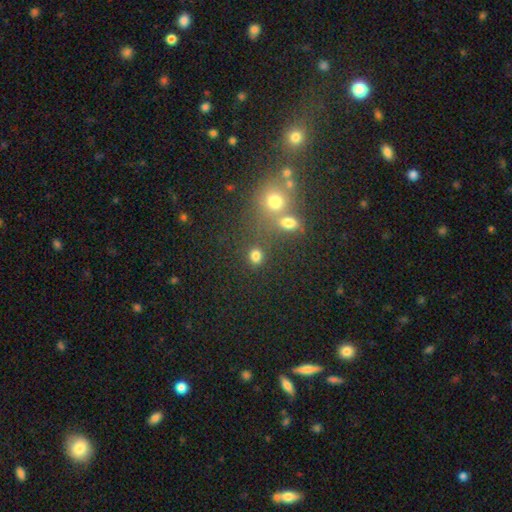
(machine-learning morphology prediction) A smooth galaxy with no disk features (79%) that is round (71%).

Vote fractions:
- Smooth or featured? smooth: 79% / star or artifact: 15% / featured or disk: 6%
- How rounded? round: 71% / in between: 28% / cigar-shaped: 1%
- Merging? none: 70% / merger: 15% / minor disturbance: 9% / major disturbance: 5%